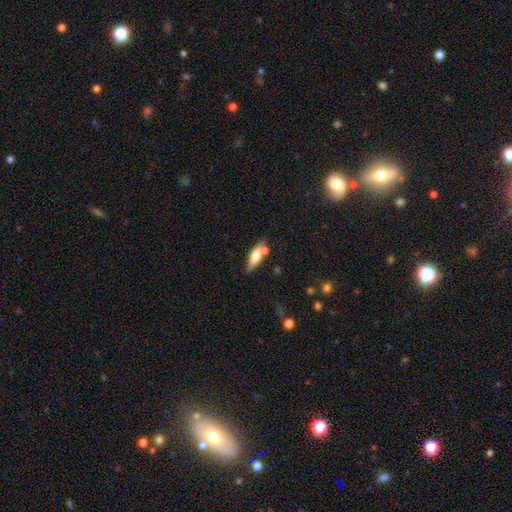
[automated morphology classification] The model was most divided on "how rounded": in between: 50%, cigar-shaped: 47%, round: 3%. More confident: merging — none (58%); smooth or featured — smooth (54%).